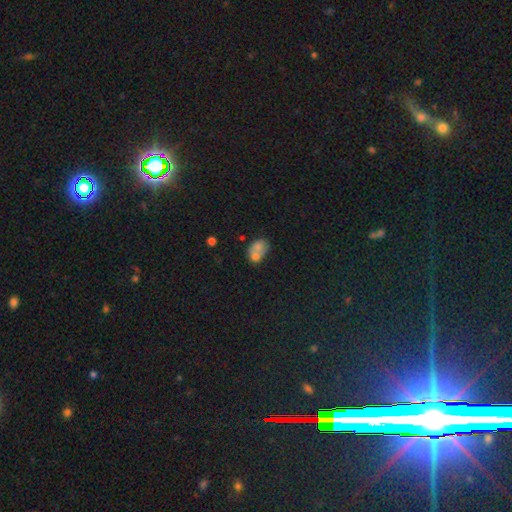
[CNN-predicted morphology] smooth 69%, featured or disk 20%, star or artifact 10%. Down the decision tree: how rounded — in between (67%); merging — merger (57%).